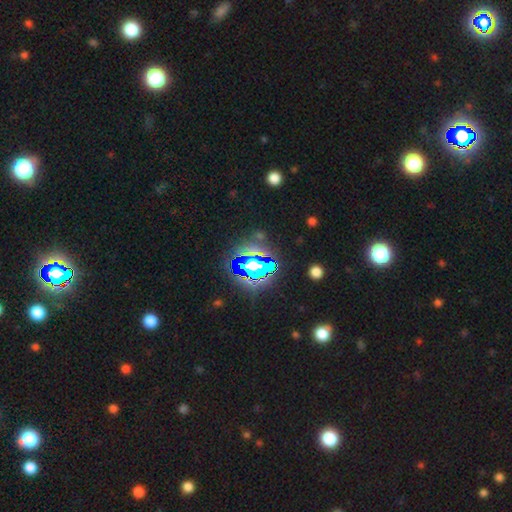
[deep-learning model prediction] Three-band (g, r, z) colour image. It shows a star or artifact, not a galaxy (79%).